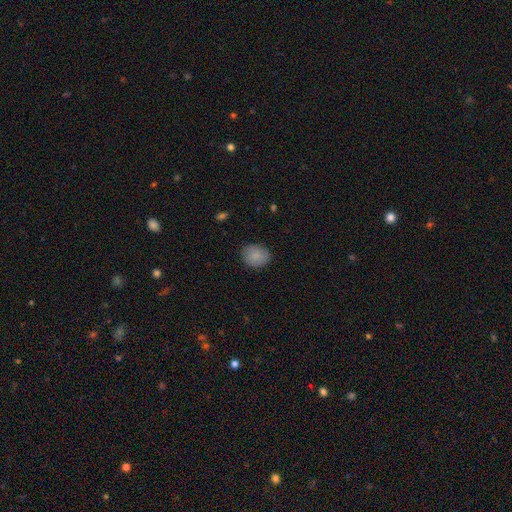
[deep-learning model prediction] The model was most divided on "how rounded": round: 55%, in between: 44%, cigar-shaped: 1%. More confident: smooth or featured — smooth (86%); merging — none (84%).